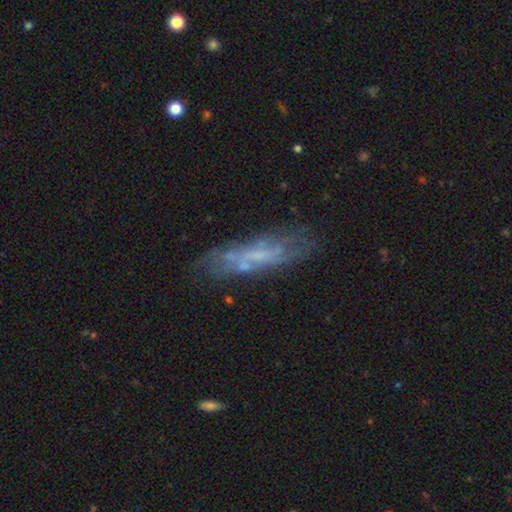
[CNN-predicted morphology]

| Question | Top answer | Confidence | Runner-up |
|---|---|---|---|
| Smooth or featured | featured or disk | 54% | smooth (36%) |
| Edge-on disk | no | 62% | yes (38%) |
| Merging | none | 65% | minor disturbance (20%) |